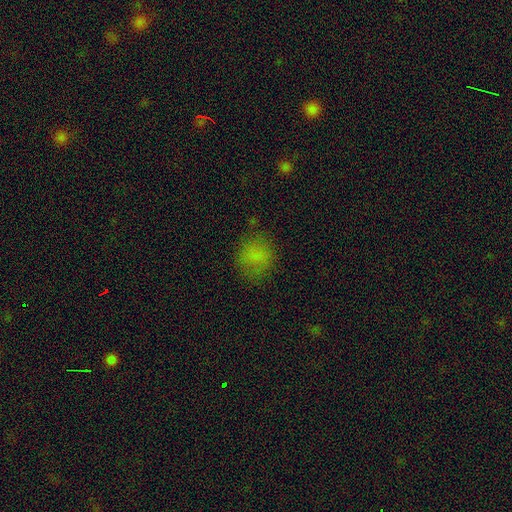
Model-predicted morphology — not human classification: This appears to be a smooth galaxy with no disk features (75%) that is round (75%). Merging: none (75%).